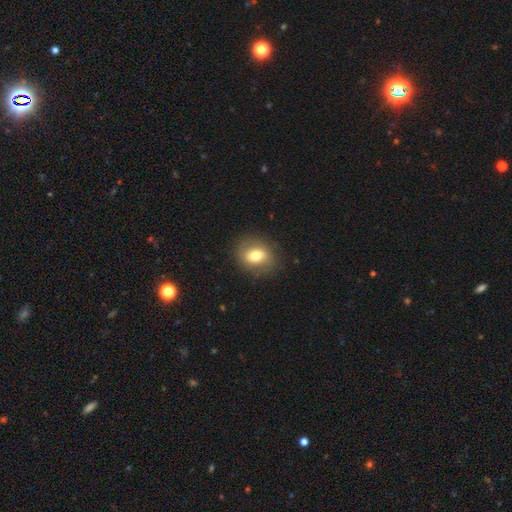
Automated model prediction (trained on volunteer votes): A smooth galaxy with no disk features (70%) that is round (54%).

Vote fractions:
- Smooth or featured? smooth: 70% / featured or disk: 21% / star or artifact: 9%
- How rounded? round: 54% / in between: 45% / cigar-shaped: 1%
- Merging? none: 84% / minor disturbance: 11% / major disturbance: 4% / merger: 1%